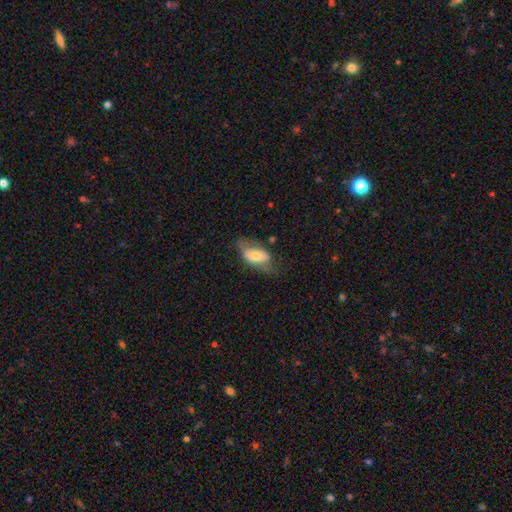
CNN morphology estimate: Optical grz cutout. It shows a smooth galaxy with no disk features (51%) that is in between round and cigar-shaped (89%). Merging: none (57%).